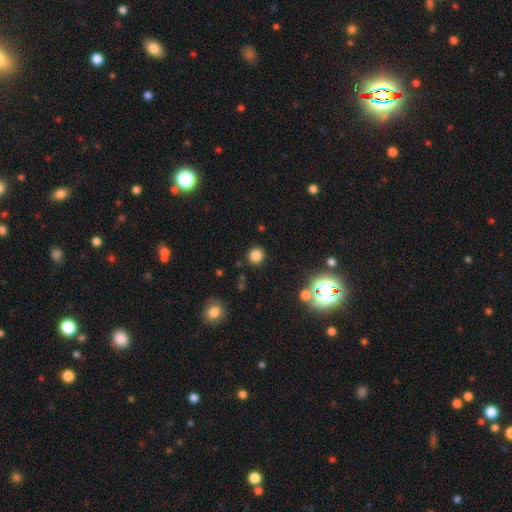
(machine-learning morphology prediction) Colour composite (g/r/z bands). It shows a smooth galaxy with no disk features (80%) that is round (92%). Merging: none (89%).